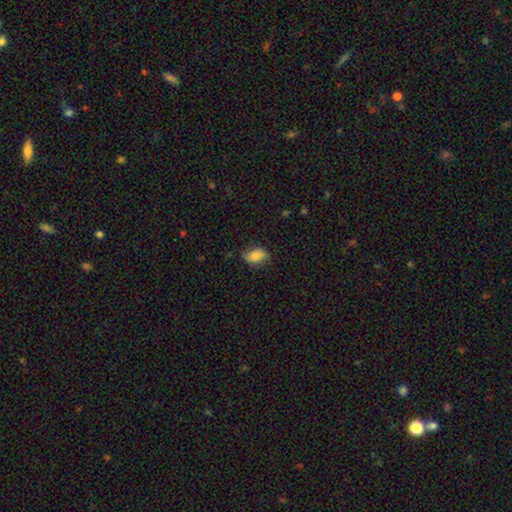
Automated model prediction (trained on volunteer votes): Q: Smooth or featured?
A: smooth (73%); runner-up: featured or disk (19%)
Q: How rounded?
A: in between (88%); runner-up: round (9%)
Q: Merging?
A: none (68%); runner-up: minor disturbance (25%)